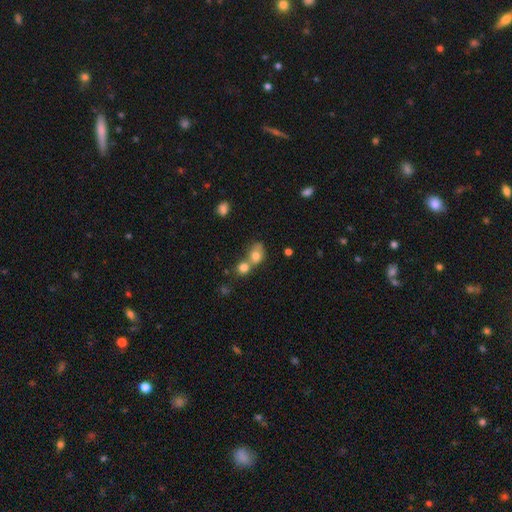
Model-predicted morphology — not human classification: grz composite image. It shows a smooth galaxy with no disk features (75%) that is round (54%). Merging: merger (58%).